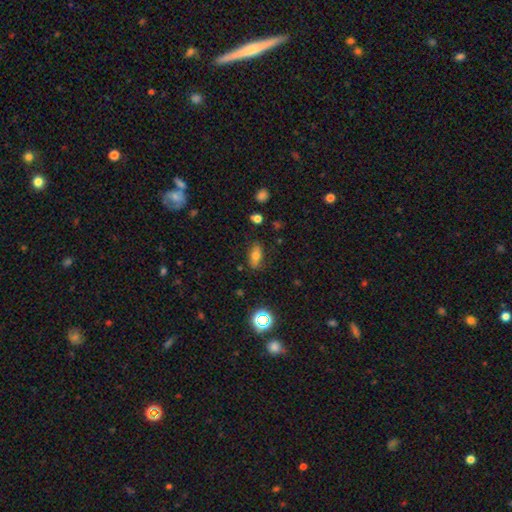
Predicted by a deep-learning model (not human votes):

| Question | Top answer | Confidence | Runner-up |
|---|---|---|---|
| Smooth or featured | smooth | 68% | featured or disk (19%) |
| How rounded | in between | 77% | cigar-shaped (16%) |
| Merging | none | 79% | minor disturbance (15%) |